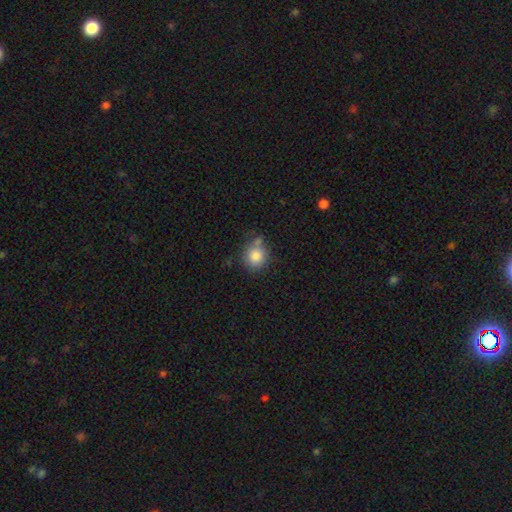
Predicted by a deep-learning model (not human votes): Q: Smooth or featured?
A: smooth (84%); runner-up: star or artifact (9%)
Q: How rounded?
A: round (84%); runner-up: in between (15%)
Q: Merging?
A: none (64%); runner-up: minor disturbance (19%)